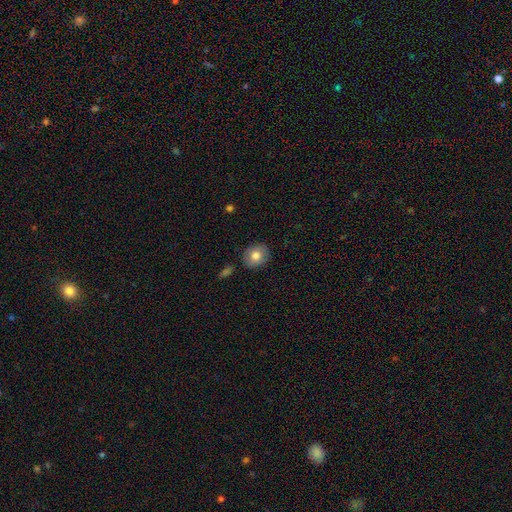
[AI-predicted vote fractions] A smooth galaxy with no disk features (78%) that is round (65%). Merging: none (86%).